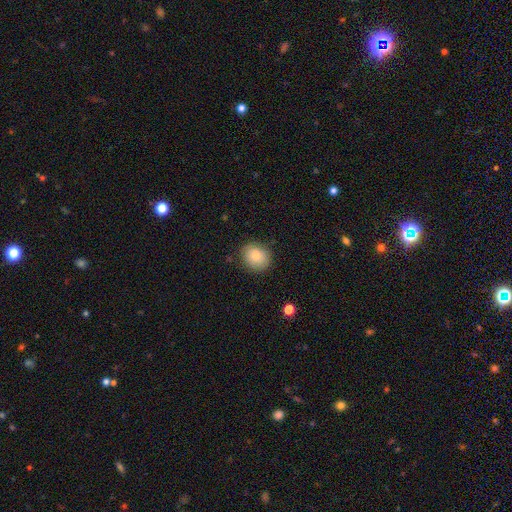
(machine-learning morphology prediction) This appears to be a smooth galaxy with no disk features (78%) that is round (72%). Merging: none (82%).